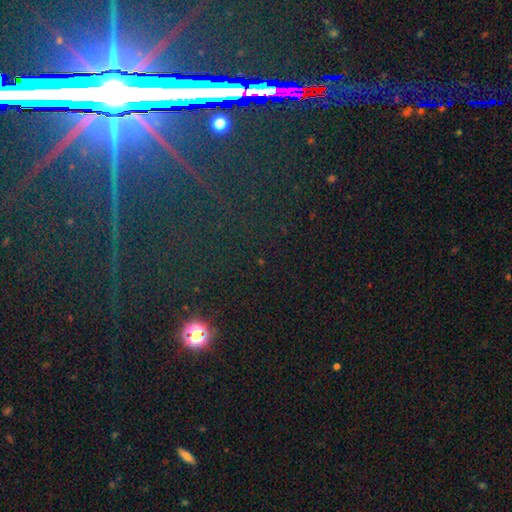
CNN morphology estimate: Overall: star or artifact (74%).